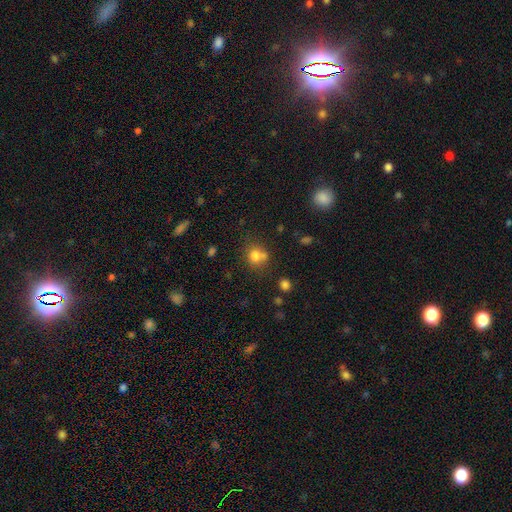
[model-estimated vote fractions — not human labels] Smooth or featured?
  - smooth: 77% *
  - star or artifact: 13%
  - featured or disk: 10%
How rounded?
  - round: 76% *
  - in between: 23%
  - cigar-shaped: 1%
Merging?
  - none: 51% *
  - merger: 32%
  - minor disturbance: 12%
  - major disturbance: 5%